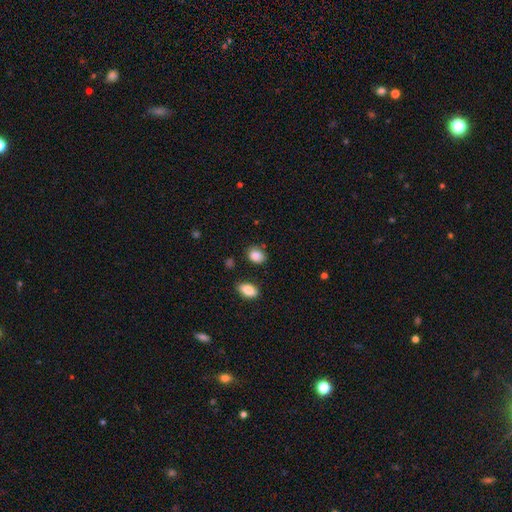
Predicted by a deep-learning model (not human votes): Overall: smooth (87%). How rounded: in between (58%; round 41%). Merging: none (75%).